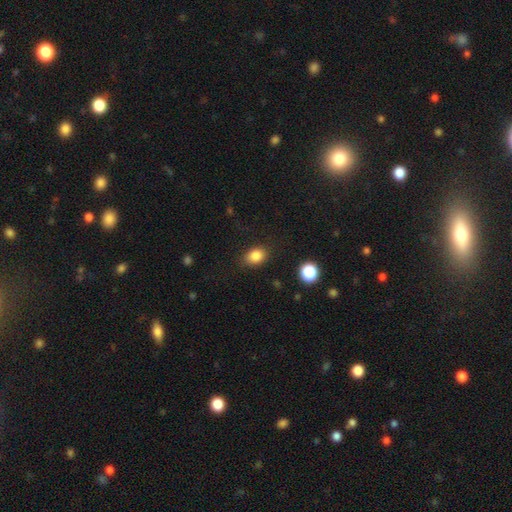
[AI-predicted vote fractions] A smooth galaxy with no disk features (84%) that is in between round and cigar-shaped (67%). Merging: none (83%).